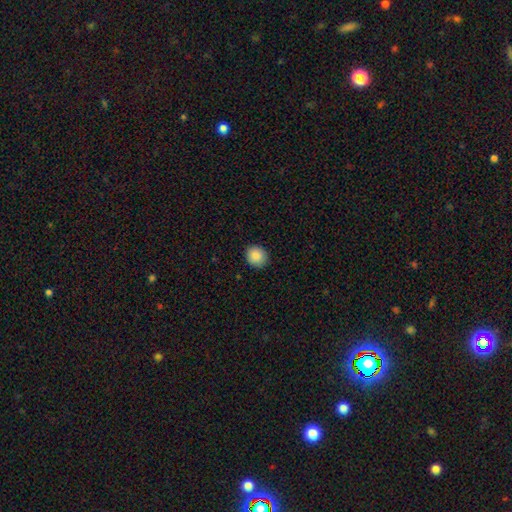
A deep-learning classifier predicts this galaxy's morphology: smooth_or_featured: smooth (p=0.88) [alt: star or artifact p=0.08]
how_rounded: round (p=0.79) [alt: in between p=0.20]
merging: none (p=0.90) [alt: minor disturbance p=0.07]